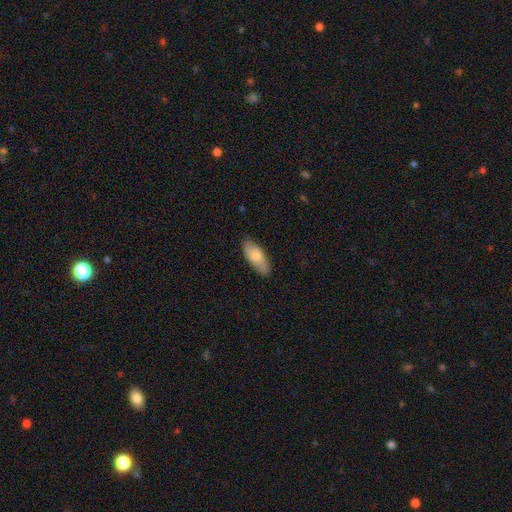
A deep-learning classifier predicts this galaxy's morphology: A smooth galaxy with no disk features (75%) that is in between round and cigar-shaped (79%).

Vote fractions:
- Smooth or featured? smooth: 75% / featured or disk: 19% / star or artifact: 6%
- How rounded? in between: 79% / cigar-shaped: 19% / round: 2%
- Merging? none: 83% / minor disturbance: 13% / major disturbance: 2% / merger: 1%